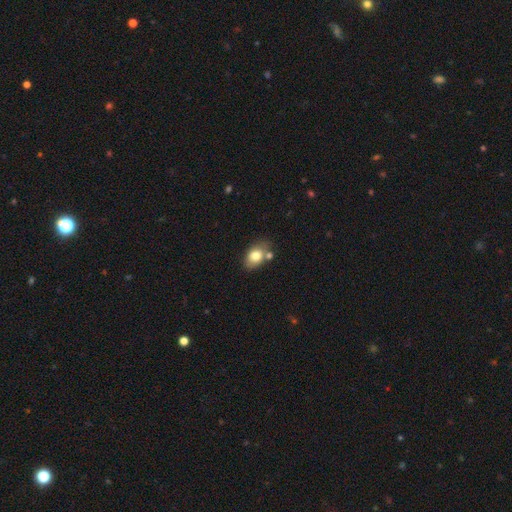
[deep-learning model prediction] Q: Smooth or featured?
A: smooth (78%); runner-up: featured or disk (14%)
Q: How rounded?
A: in between (79%); runner-up: round (20%)
Q: Merging?
A: none (60%); runner-up: merger (18%)